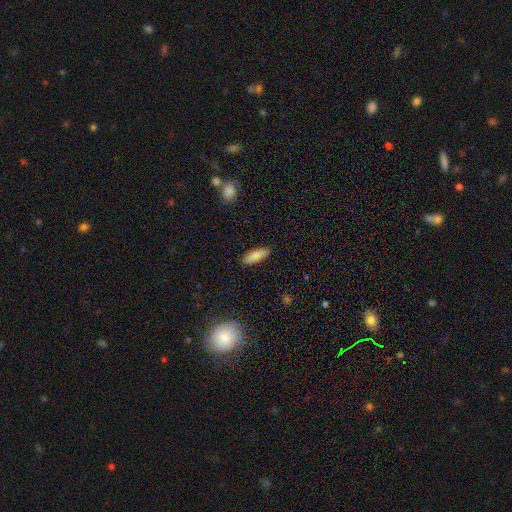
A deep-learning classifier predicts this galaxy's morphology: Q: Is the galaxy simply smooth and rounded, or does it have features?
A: smooth — 85%.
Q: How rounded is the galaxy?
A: in between — 52%.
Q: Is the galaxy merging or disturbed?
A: none — 87%.